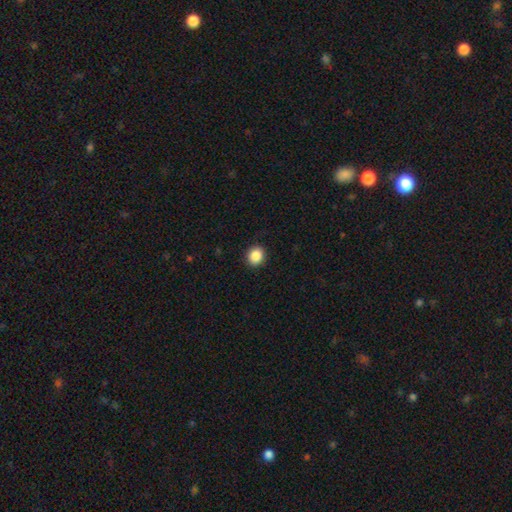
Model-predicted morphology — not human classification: A smooth galaxy with no disk features (88%) that is round (77%). Merging: none (90%).